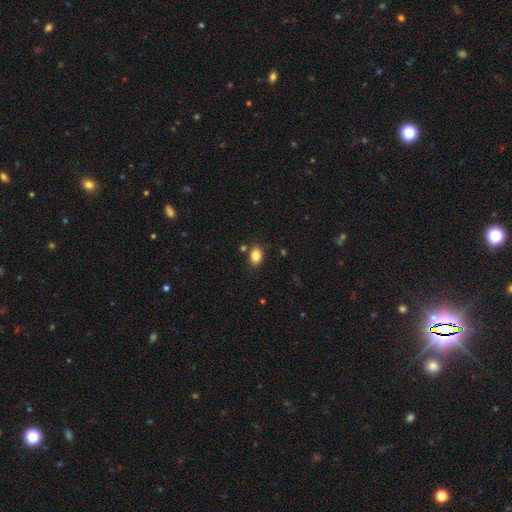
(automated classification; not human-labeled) The model was most divided on "how rounded": in between: 82%, round: 17%, cigar-shaped: 1%. More confident: smooth or featured — smooth (84%); merging — none (82%).